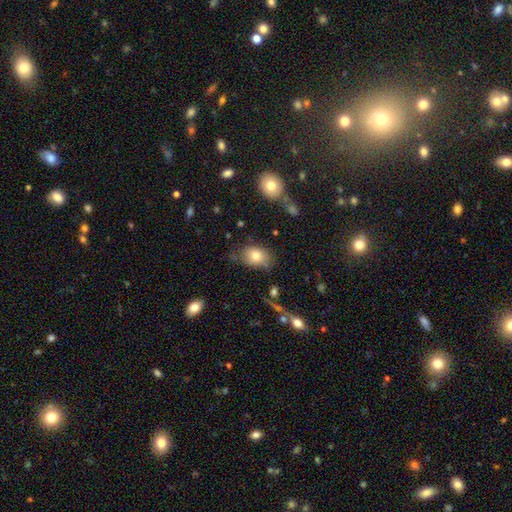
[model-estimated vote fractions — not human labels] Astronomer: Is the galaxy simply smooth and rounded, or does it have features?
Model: smooth — 78%.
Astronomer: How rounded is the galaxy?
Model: in between — 80%.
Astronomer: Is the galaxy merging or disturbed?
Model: none — 67%.